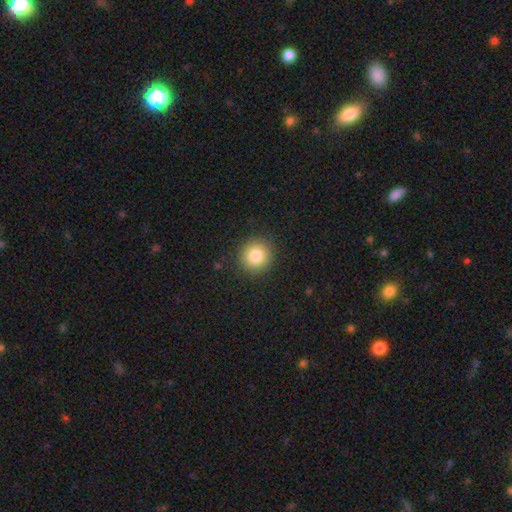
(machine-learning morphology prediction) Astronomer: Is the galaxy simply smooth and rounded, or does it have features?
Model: smooth — 84%.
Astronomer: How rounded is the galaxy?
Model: round — 90%.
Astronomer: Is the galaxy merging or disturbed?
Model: none — 90%.